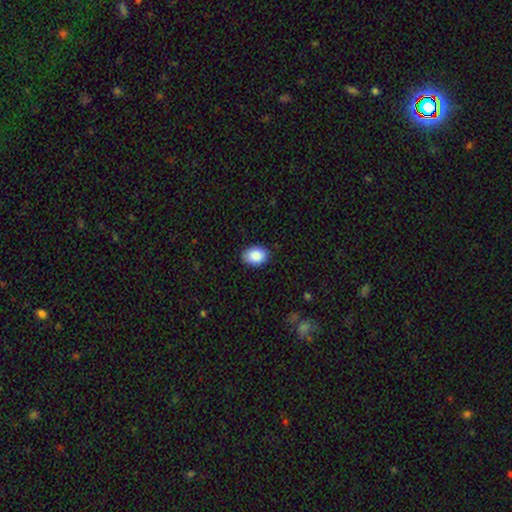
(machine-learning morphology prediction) Q: Smooth or featured?
A: smooth (89%); runner-up: star or artifact (7%)
Q: How rounded?
A: in between (77%); runner-up: round (22%)
Q: Merging?
A: none (87%); runner-up: minor disturbance (10%)